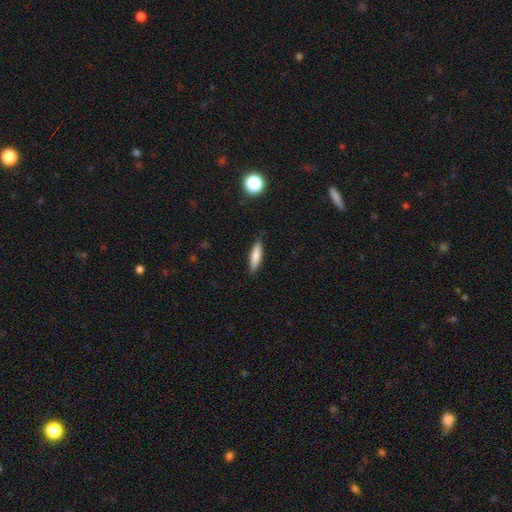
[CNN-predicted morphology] smooth_or_featured: smooth (p=0.80) [alt: featured or disk p=0.13]
how_rounded: cigar-shaped (p=0.66) [alt: in between p=0.32]
merging: none (p=0.85) [alt: minor disturbance p=0.12]